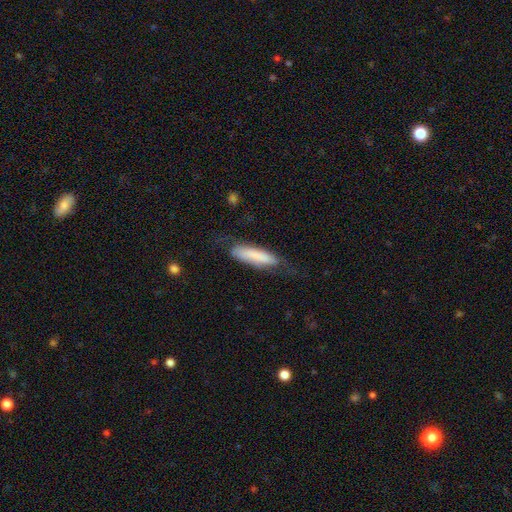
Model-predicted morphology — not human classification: smooth-or-featured: smooth: 71% | featured or disk: 23% | star or artifact: 6%
  how-rounded: cigar-shaped: 73% | in between: 25% | round: 2%
  merging: none: 58% | minor disturbance: 26% | major disturbance: 14% | merger: 2%